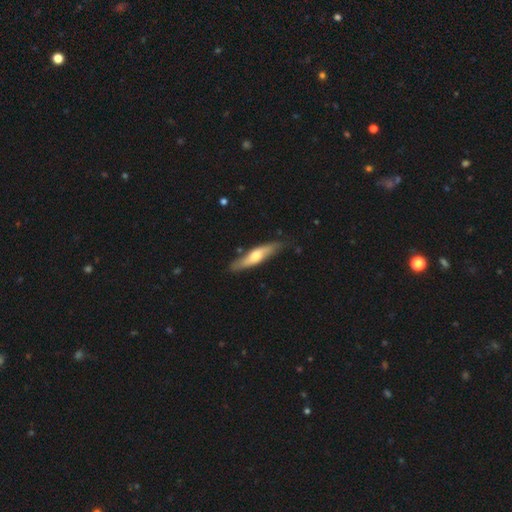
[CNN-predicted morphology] Smooth or featured: featured or disk — 49% (smooth — 47%)
Merging: none — 80% (minor disturbance — 15%)